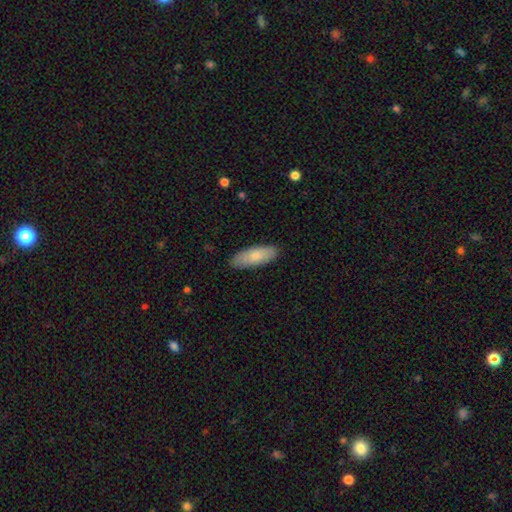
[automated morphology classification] A smooth galaxy with no disk features (79%) that is in between round and cigar-shaped (70%). Merging: none (88%).